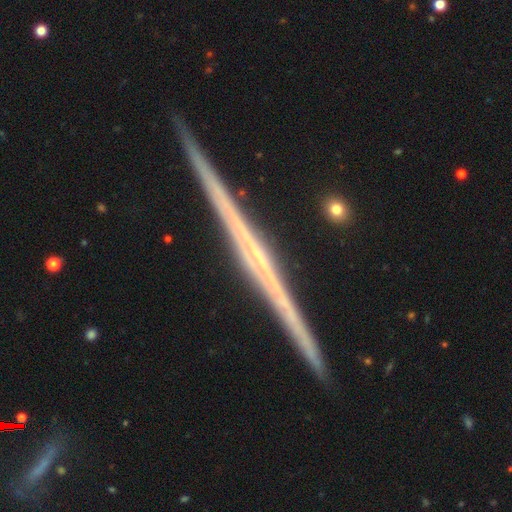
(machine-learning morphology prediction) A featured or disk galaxy (84%) viewed edge-on (99%) with no central bulge (69%). Merging: none (92%).